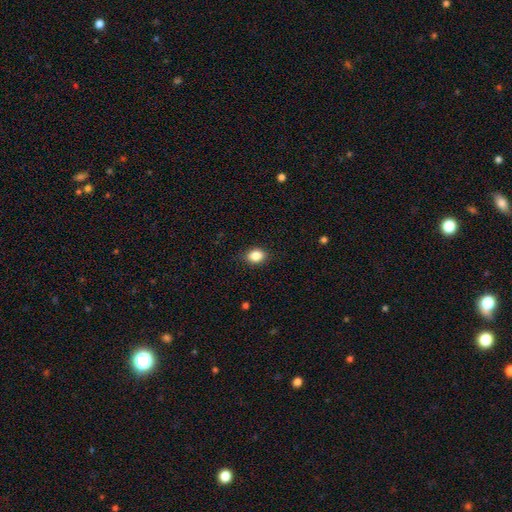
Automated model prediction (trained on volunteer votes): A smooth galaxy with no disk features (86%) that is in between round and cigar-shaped (59%).

Vote fractions:
- Smooth or featured? smooth: 86% / star or artifact: 9% / featured or disk: 5%
- How rounded? in between: 59% / round: 40% / cigar-shaped: 1%
- Merging? none: 87% / minor disturbance: 10% / major disturbance: 2% / merger: 1%